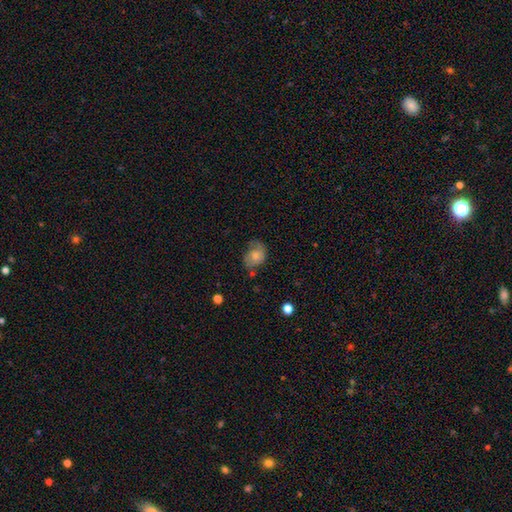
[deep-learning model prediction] smooth 57%, featured or disk 34%, star or artifact 9%. Down the decision tree: how rounded — in between (63%); merging — none (48%).